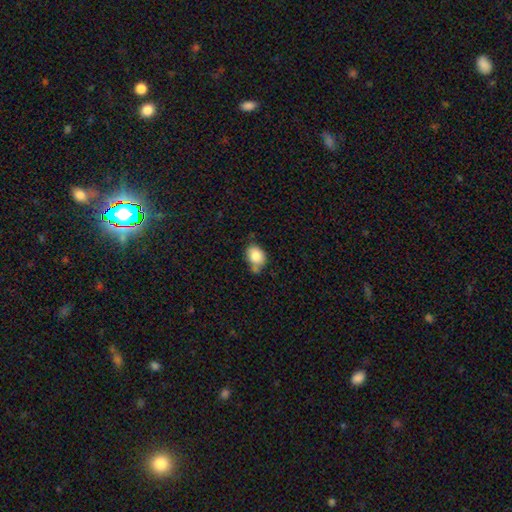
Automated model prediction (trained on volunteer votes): smooth-or-featured: smooth: 85% | star or artifact: 8% | featured or disk: 7%
  how-rounded: in between: 64% | round: 35% | cigar-shaped: 1%
  merging: none: 47% | minor disturbance: 30% | merger: 16% | major disturbance: 7%